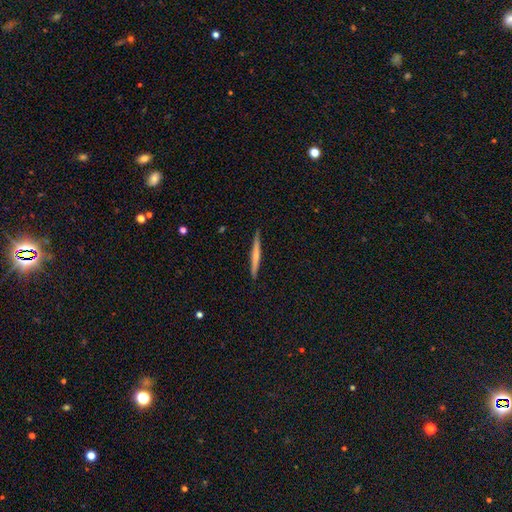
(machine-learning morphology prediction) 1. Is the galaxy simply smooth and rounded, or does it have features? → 51% smooth, 43% featured or disk, 6% star or artifact.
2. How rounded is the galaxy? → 96% cigar-shaped, 2% in between, 1% round.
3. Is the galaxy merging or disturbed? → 90% none, 7% minor disturbance, 1% major disturbance, 1% merger.